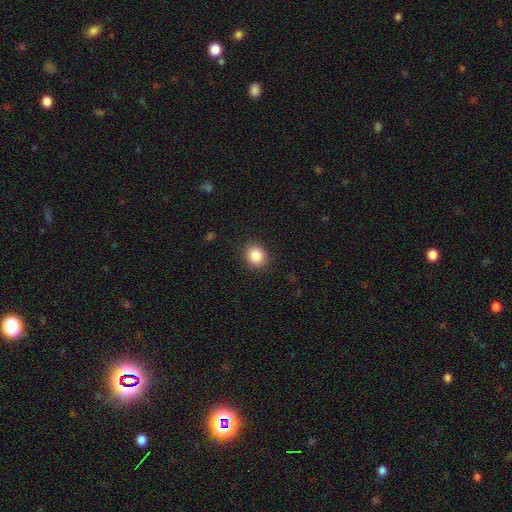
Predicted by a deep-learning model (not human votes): Morphology: type=smooth (86%); roundness=round (76%); merging=none (88%).